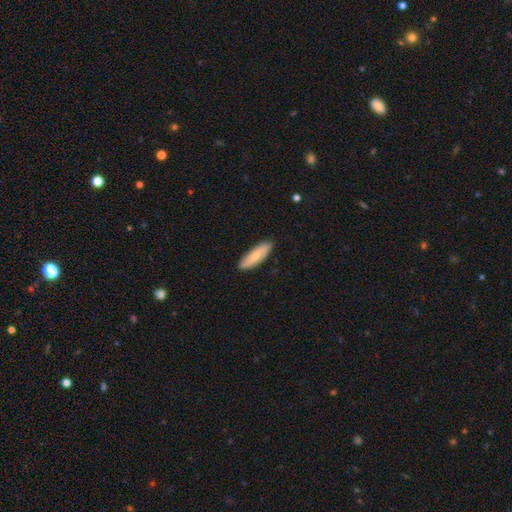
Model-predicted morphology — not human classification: smooth_or_featured: smooth (p=0.68) [alt: featured or disk p=0.27]
how_rounded: cigar-shaped (p=0.58) [alt: in between p=0.40]
merging: none (p=0.88) [alt: minor disturbance p=0.09]